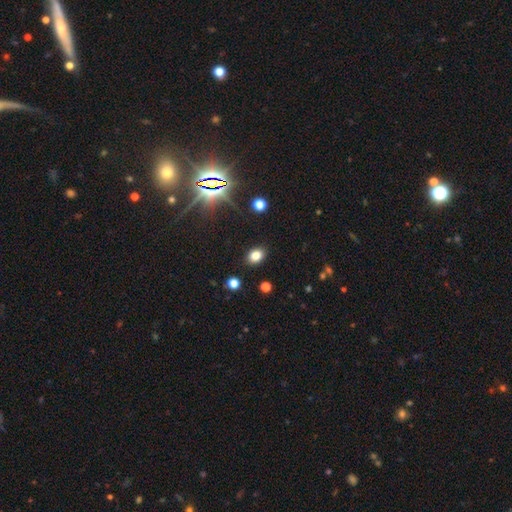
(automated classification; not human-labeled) smooth_or_featured: smooth (p=0.80) [alt: star or artifact p=0.13]
how_rounded: in between (p=0.70) [alt: round p=0.29]
merging: none (p=0.88) [alt: minor disturbance p=0.08]